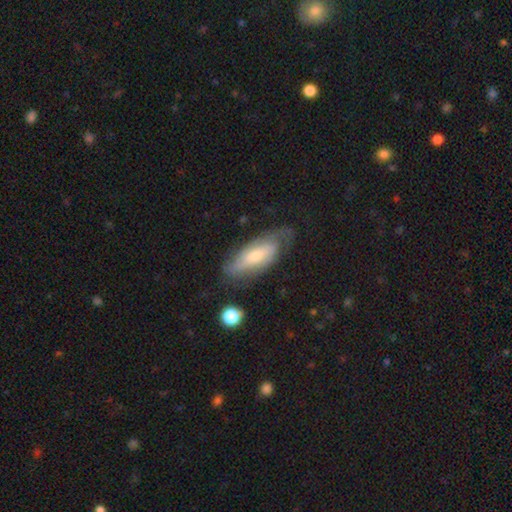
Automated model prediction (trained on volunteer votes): This appears to be a featured or disk galaxy (58%). Merging: none (59%).